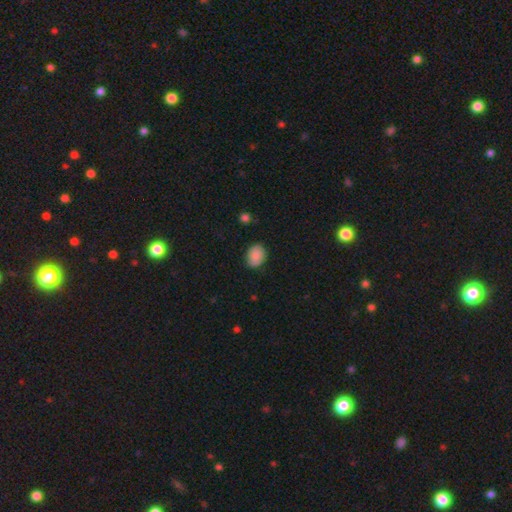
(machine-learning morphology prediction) Q: Smooth or featured?
A: smooth (87%); runner-up: star or artifact (8%)
Q: How rounded?
A: in between (61%); runner-up: round (38%)
Q: Merging?
A: none (79%); runner-up: minor disturbance (16%)